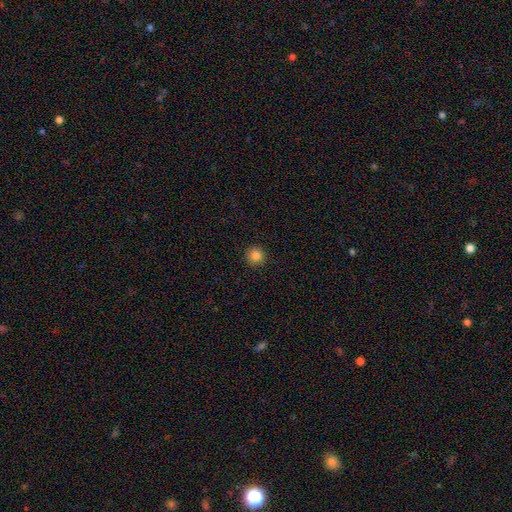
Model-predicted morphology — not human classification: Smooth or featured: smooth — 85% (star or artifact — 11%)
How rounded: round — 95% (in between — 4%)
Merging: none — 92% (minor disturbance — 5%)